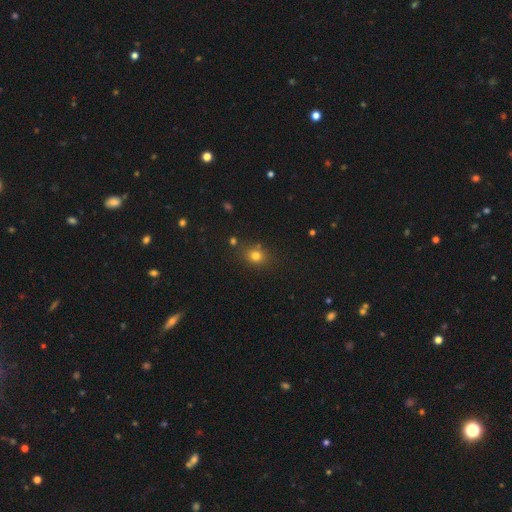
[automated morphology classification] A smooth galaxy with no disk features (76%) that is round (66%).

Vote fractions:
- Smooth or featured? smooth: 76% / star or artifact: 16% / featured or disk: 7%
- How rounded? round: 66% / in between: 33% / cigar-shaped: 1%
- Merging? none: 80% / minor disturbance: 11% / merger: 5% / major disturbance: 3%